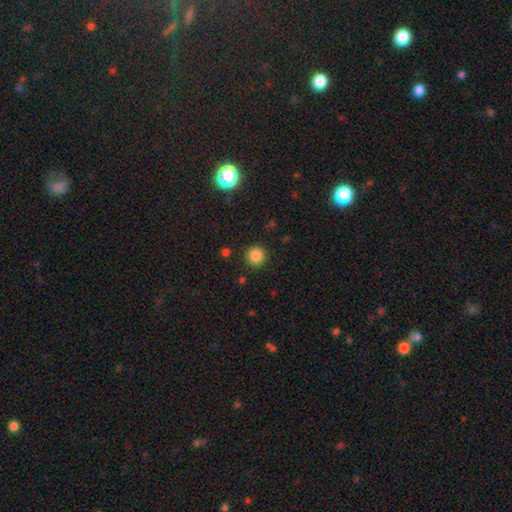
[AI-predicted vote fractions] Smooth or featured? Predicted: smooth (p=0.84). How rounded? Predicted: round (p=0.94). Merging? Predicted: none (p=0.91).